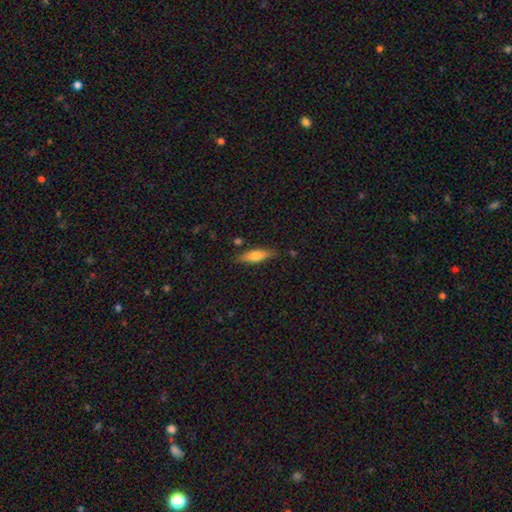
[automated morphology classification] Smooth or featured: smooth — 62% (featured or disk — 32%)
How rounded: cigar-shaped — 54% (in between — 43%)
Merging: none — 83% (minor disturbance — 12%)